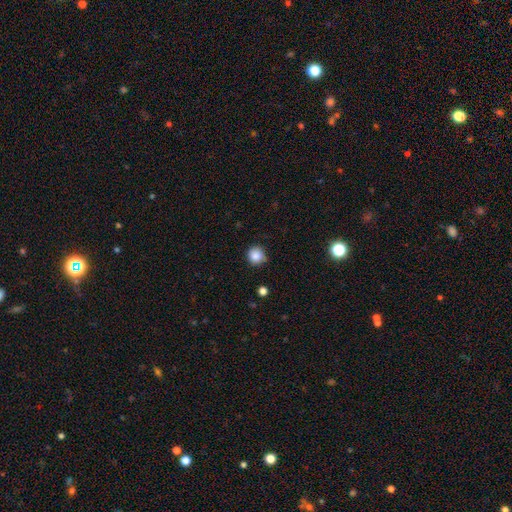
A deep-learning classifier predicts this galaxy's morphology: type=smooth (86%); roundness=round (93%); merging=none (81%).